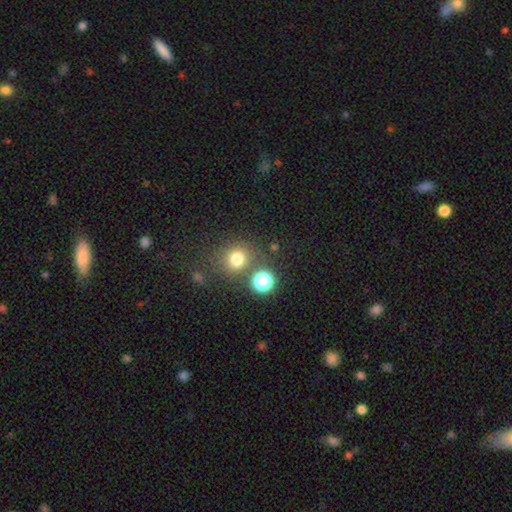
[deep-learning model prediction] Q: Smooth or featured?
A: smooth (55%); runner-up: star or artifact (38%)
Q: How rounded?
A: round (87%); runner-up: in between (11%)
Q: Merging?
A: none (72%); runner-up: merger (16%)